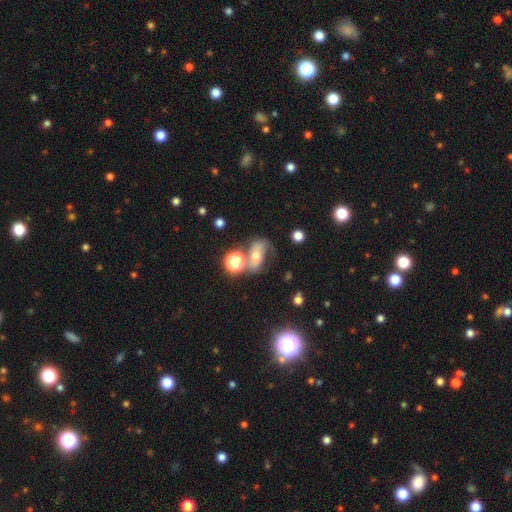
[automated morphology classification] Smooth or featured: featured or disk — 45% (smooth — 38%)
Merging: none — 39% (merger — 24%)